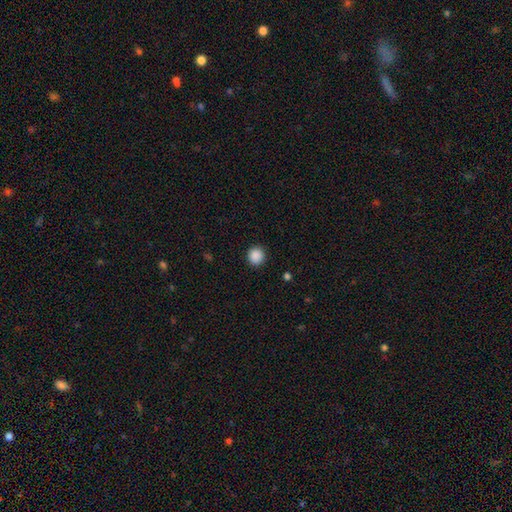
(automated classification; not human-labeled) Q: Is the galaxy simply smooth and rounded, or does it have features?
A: smooth — 88%.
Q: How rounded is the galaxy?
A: round — 92%.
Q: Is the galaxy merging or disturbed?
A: none — 91%.